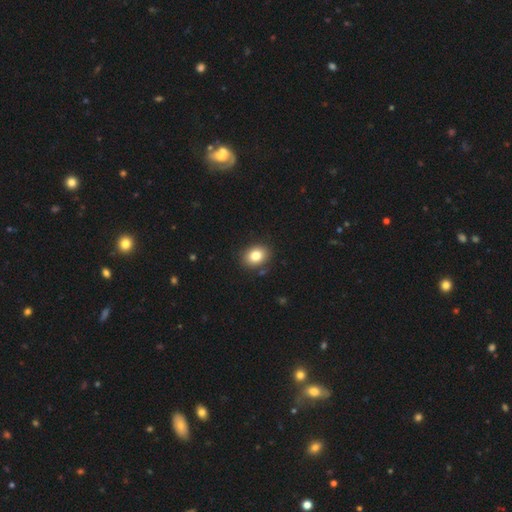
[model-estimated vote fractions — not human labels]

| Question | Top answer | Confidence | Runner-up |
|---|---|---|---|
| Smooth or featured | smooth | 82% | star or artifact (10%) |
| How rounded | in between | 60% | round (39%) |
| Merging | none | 87% | minor disturbance (9%) |